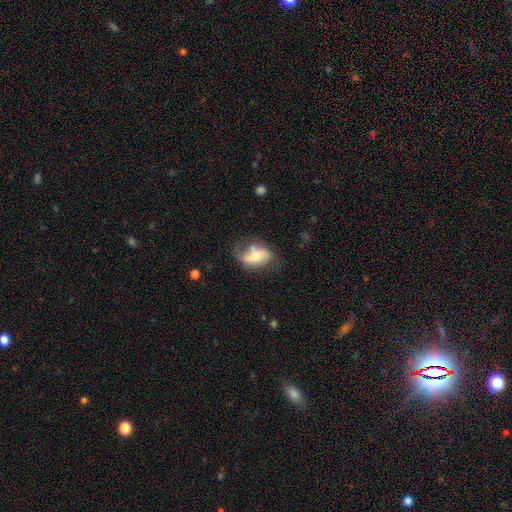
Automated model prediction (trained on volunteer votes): smooth 47%, featured or disk 46%, star or artifact 8%. Down the decision tree: merging — none (51%).